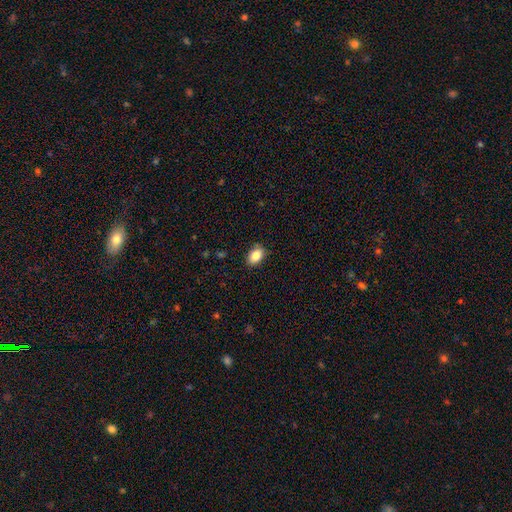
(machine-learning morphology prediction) Q: Smooth or featured?
A: smooth (84%); runner-up: star or artifact (8%)
Q: How rounded?
A: in between (82%); runner-up: round (16%)
Q: Merging?
A: none (84%); runner-up: minor disturbance (12%)